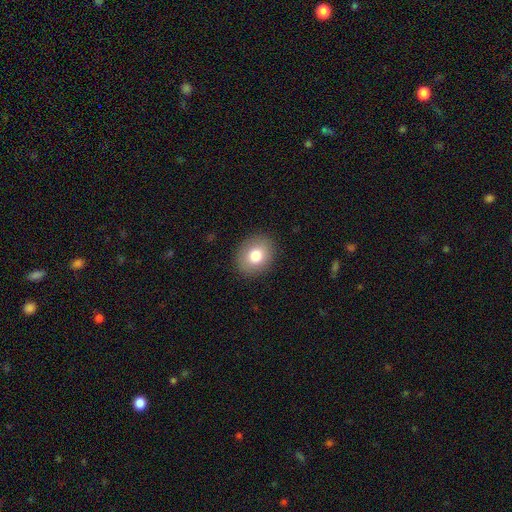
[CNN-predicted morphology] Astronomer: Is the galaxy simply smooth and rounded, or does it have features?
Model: smooth — 79%.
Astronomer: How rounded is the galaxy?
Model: round — 56% (runner-up: in between, 43%).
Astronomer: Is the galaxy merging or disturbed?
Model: none — 89%.